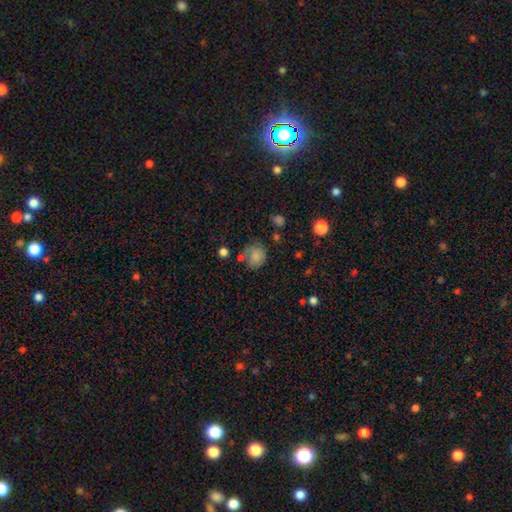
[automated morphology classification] This appears to be a smooth galaxy with no disk features (76%) that is round (74%). Merging: none (53%).